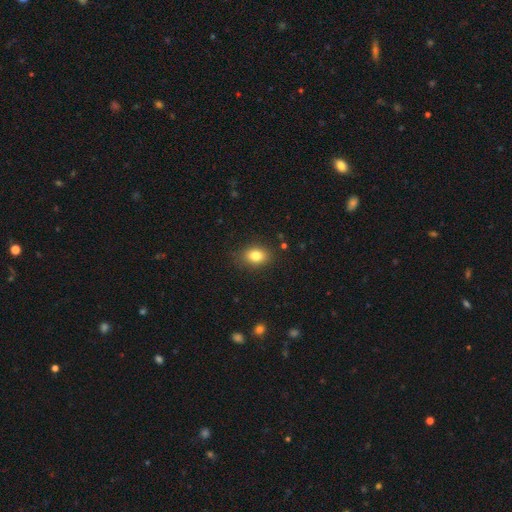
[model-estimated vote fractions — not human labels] smooth_or_featured: smooth (p=0.82) [alt: star or artifact p=0.10]
how_rounded: in between (p=0.67) [alt: round p=0.32]
merging: none (p=0.86) [alt: minor disturbance p=0.10]